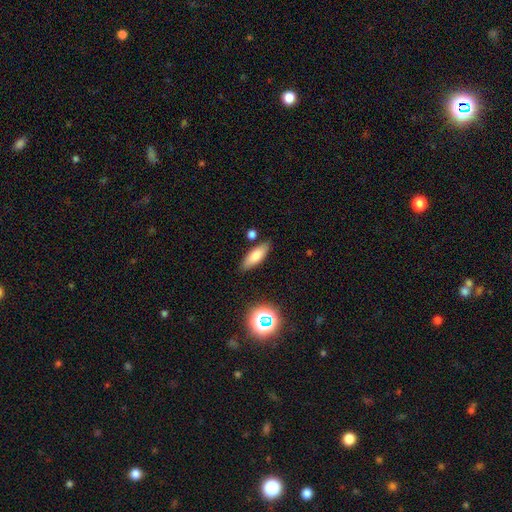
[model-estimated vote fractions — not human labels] Smooth or featured? Predicted: smooth (p=0.76). How rounded? Predicted: in between (p=0.63). Merging? Predicted: none (p=0.82).